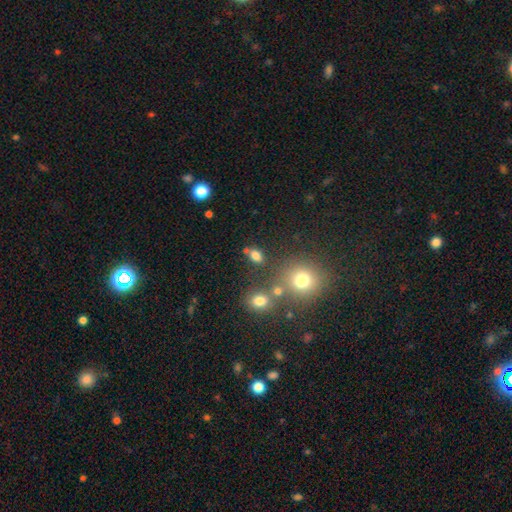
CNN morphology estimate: smooth_or_featured: smooth (p=0.77) [alt: star or artifact p=0.15]
how_rounded: in between (p=0.73) [alt: round p=0.24]
merging: none (p=0.66) [alt: merger p=0.15]